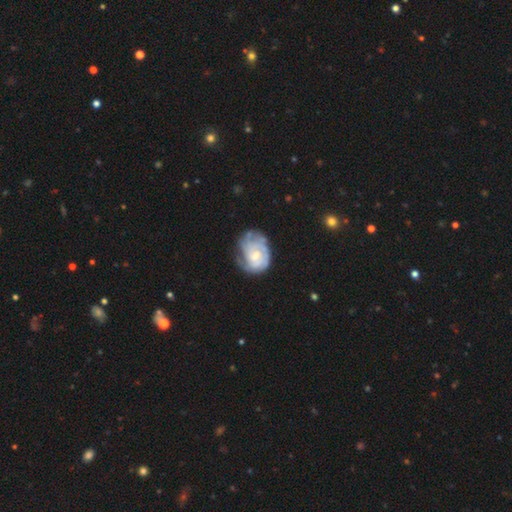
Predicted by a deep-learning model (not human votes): Overall: featured or disk (69%). Edge-on disk: no (98%). Bar: no (66%; weak 30%). Spiral arms: yes (79%). Spiral arm count: can't tell (52%; 2 18%). Spiral winding: tight (57%; medium 30%). Bulge size: moderate (48%; small 41%). Merging: none (47%; minor disturbance 30%).